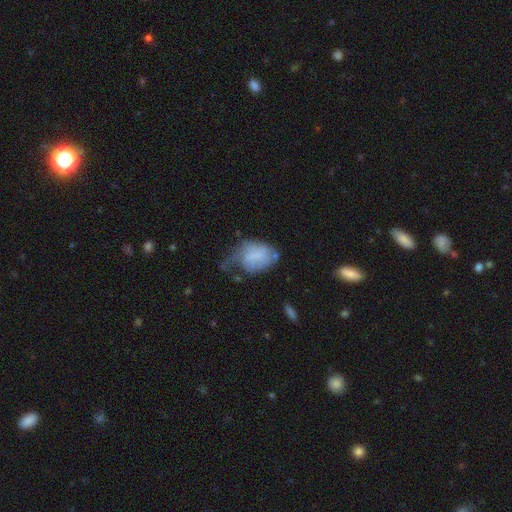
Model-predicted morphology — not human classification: smooth_or_featured: smooth (p=0.57) [alt: featured or disk p=0.34]
how_rounded: in between (p=0.75) [alt: round p=0.24]
merging: major disturbance (p=0.40) [alt: minor disturbance p=0.31]